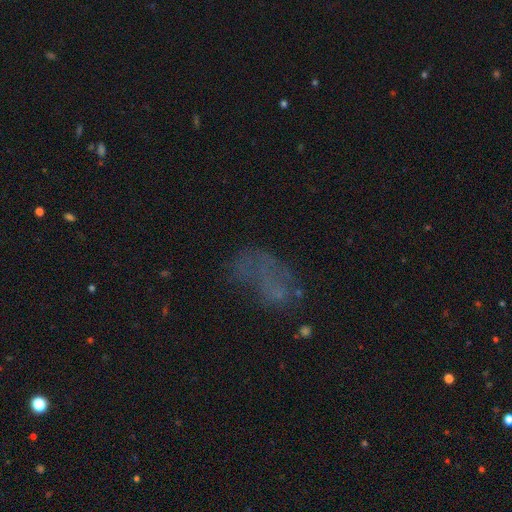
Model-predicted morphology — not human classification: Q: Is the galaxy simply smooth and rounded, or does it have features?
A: smooth — 37%.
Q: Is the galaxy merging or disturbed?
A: none — 41%.